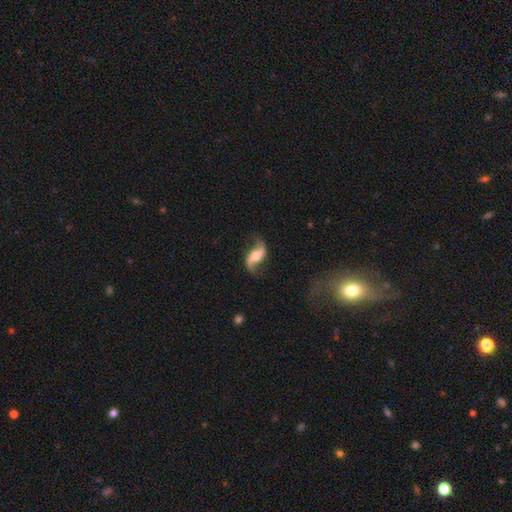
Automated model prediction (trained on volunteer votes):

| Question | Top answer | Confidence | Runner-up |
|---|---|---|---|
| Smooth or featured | featured or disk | 85% | smooth (9%) |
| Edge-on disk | no | 94% | yes (6%) |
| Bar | no | 40% | weak (33%) |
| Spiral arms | yes | 95% | no (5%) |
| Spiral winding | loose | 84% | medium (12%) |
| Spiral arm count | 2 | 93% | 1 (2%) |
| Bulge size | moderate | 60% | small (22%) |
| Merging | none | 78% | minor disturbance (14%) |